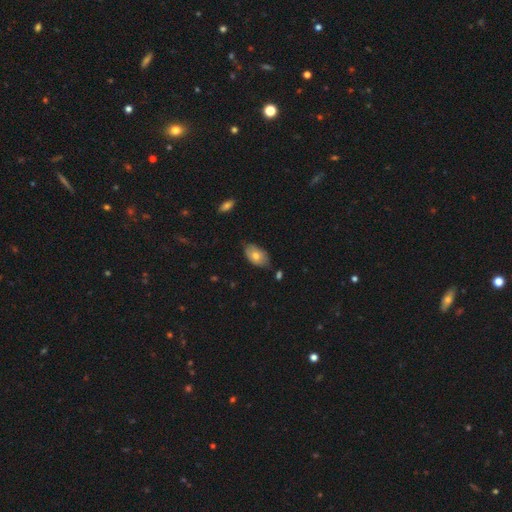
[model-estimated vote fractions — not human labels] Overall: smooth (69%). How rounded: in between (92%). Merging: none (69%).